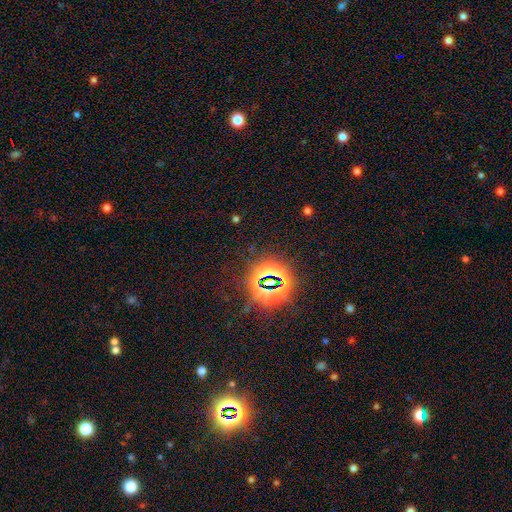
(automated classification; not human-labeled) This is clearly a star or artifact rather than a galaxy (81%).